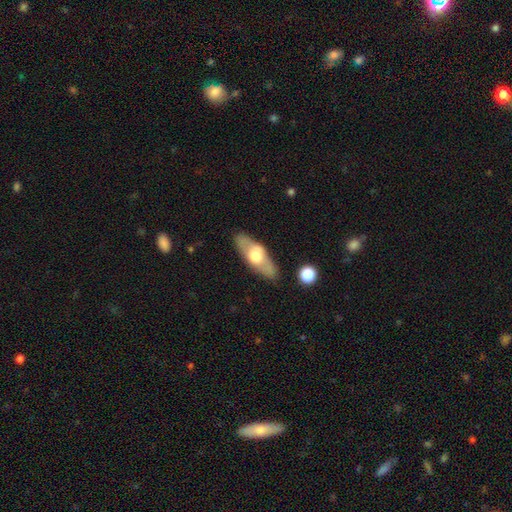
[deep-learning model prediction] Q: Smooth or featured?
A: featured or disk (48%); runner-up: smooth (46%)
Q: Merging?
A: none (83%); runner-up: minor disturbance (12%)